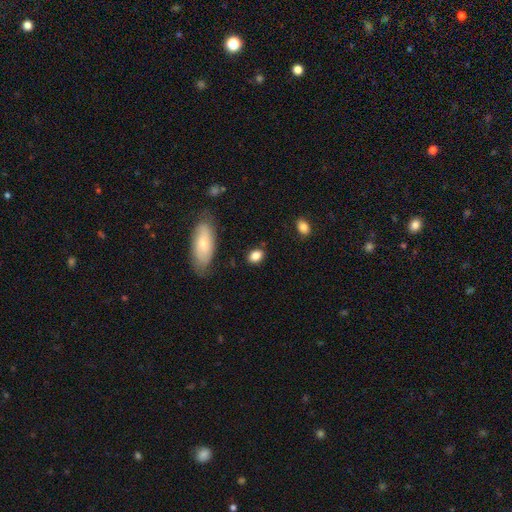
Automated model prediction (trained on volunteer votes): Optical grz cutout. It shows a smooth galaxy with no disk features (85%) that is in between round and cigar-shaped (70%). Merging: none (81%).